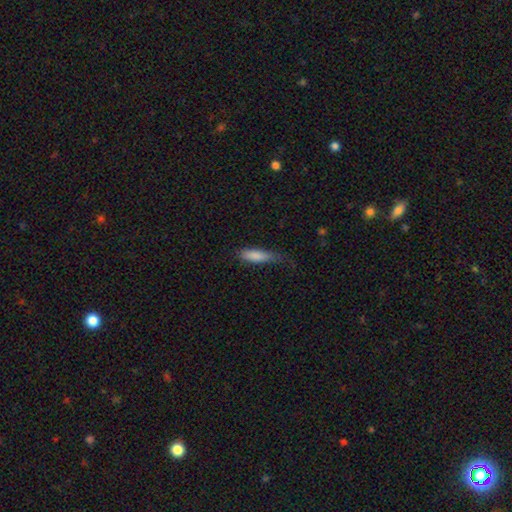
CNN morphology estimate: The model was most divided on "how rounded": cigar-shaped: 53%, in between: 44%, round: 2%. Remaining: smooth or featured — smooth (84%); merging — none (49%).